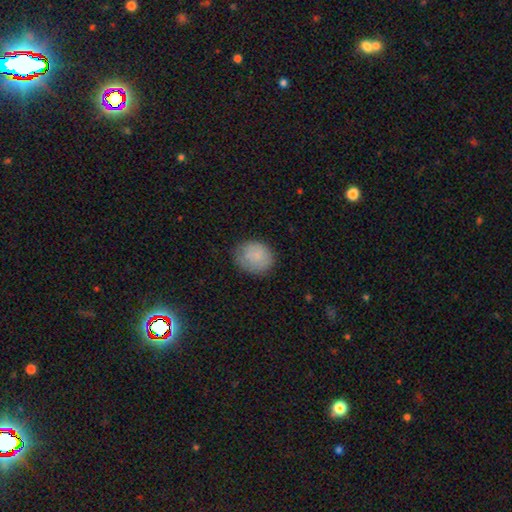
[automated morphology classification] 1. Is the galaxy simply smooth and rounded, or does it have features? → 81% smooth, 11% featured or disk, 8% star or artifact.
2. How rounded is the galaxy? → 65% round, 34% in between, 1% cigar-shaped.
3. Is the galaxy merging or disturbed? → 71% none, 22% minor disturbance, 6% major disturbance, 1% merger.